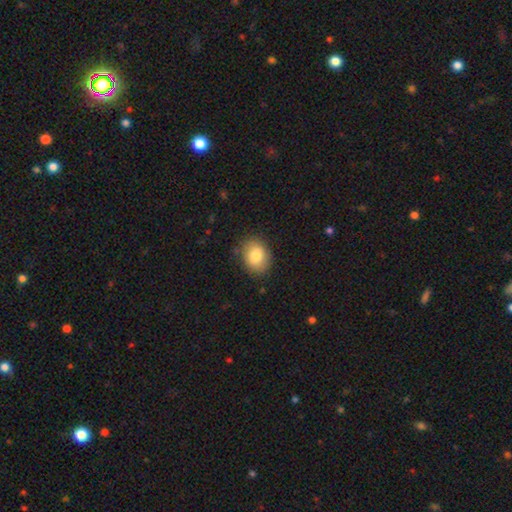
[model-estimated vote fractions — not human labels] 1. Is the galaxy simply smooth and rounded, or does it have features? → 82% smooth, 10% featured or disk, 8% star or artifact.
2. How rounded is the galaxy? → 61% in between, 38% round, 1% cigar-shaped.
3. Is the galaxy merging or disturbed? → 84% none, 12% minor disturbance, 3% major disturbance, 1% merger.